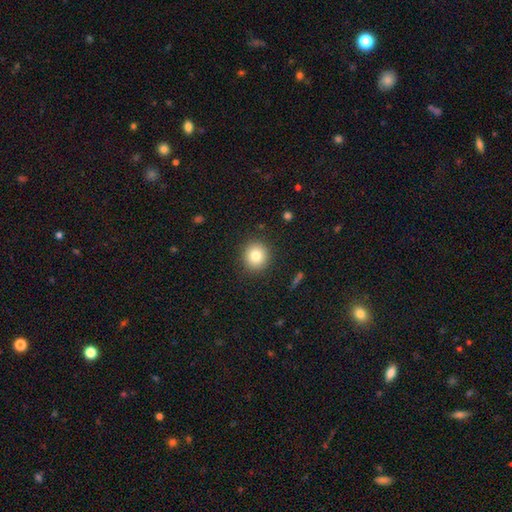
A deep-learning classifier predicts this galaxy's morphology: smooth 81%, star or artifact 10%, featured or disk 9%. Down the decision tree: how rounded — round (90%); merging — none (90%).